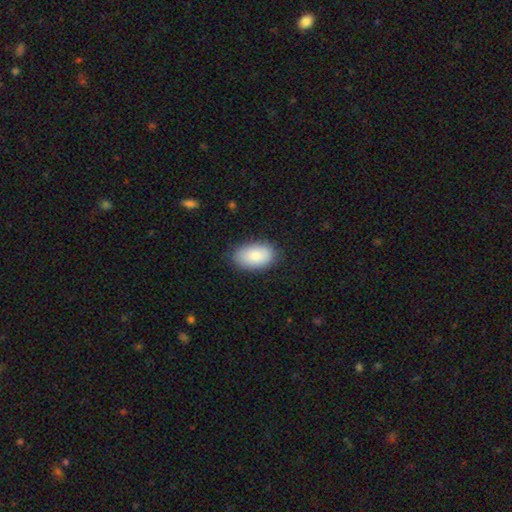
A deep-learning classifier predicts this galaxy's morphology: Smooth or featured?
  - smooth: 85% *
  - featured or disk: 8%
  - star or artifact: 6%
How rounded?
  - in between: 93% *
  - round: 6%
  - cigar-shaped: 1%
Merging?
  - none: 82% *
  - minor disturbance: 13%
  - major disturbance: 3%
  - merger: 1%